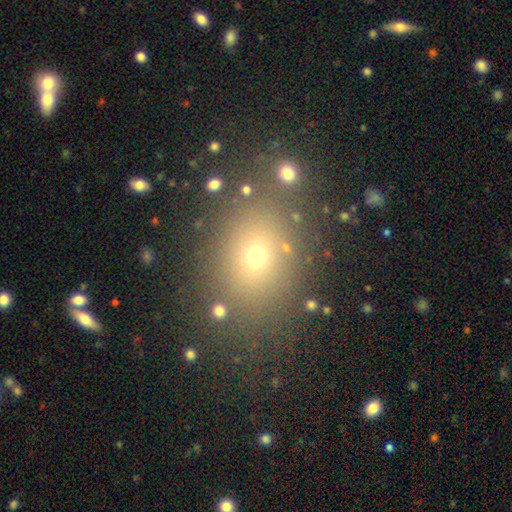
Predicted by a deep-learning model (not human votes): smooth 66%, star or artifact 22%, featured or disk 12%. Down the decision tree: how rounded — in between (51%); merging — none (79%).